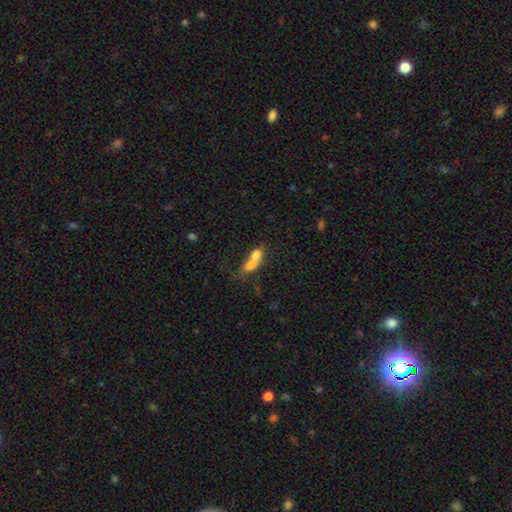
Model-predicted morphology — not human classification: Q: Smooth or featured?
A: smooth (66%); runner-up: featured or disk (24%)
Q: How rounded?
A: in between (65%); runner-up: round (24%)
Q: Merging?
A: merger (73%); runner-up: none (14%)